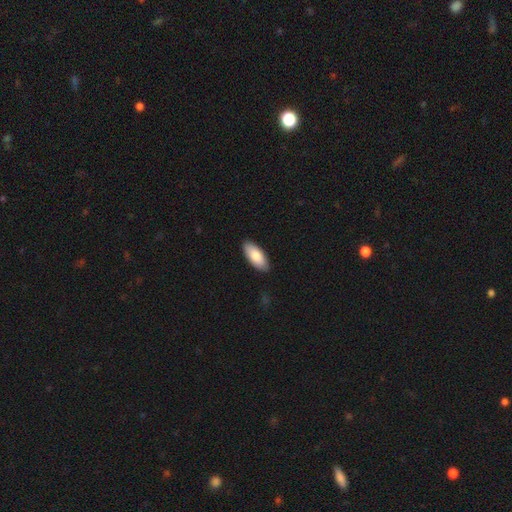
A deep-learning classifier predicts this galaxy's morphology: smooth-or-featured: smooth: 84% | featured or disk: 10% | star or artifact: 5%
  how-rounded: in between: 89% | cigar-shaped: 10% | round: 2%
  merging: none: 88% | minor disturbance: 9% | major disturbance: 2% | merger: 1%